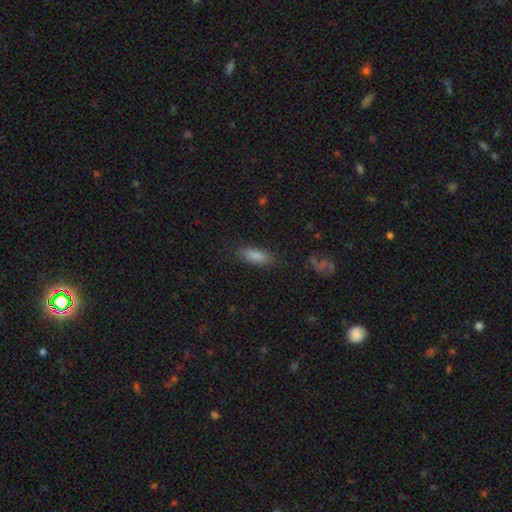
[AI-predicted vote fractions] Smooth or featured?
  - smooth: 85% *
  - star or artifact: 8%
  - featured or disk: 7%
How rounded?
  - in between: 68% *
  - cigar-shaped: 30%
  - round: 2%
Merging?
  - none: 84% *
  - minor disturbance: 11%
  - major disturbance: 3%
  - merger: 2%